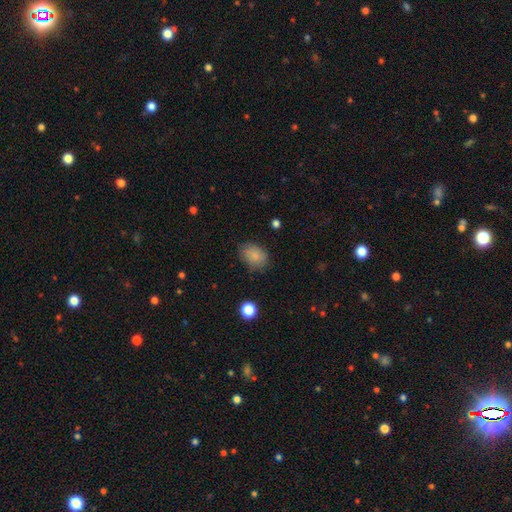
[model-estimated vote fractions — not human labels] Smooth or featured?
  - smooth: 79% *
  - featured or disk: 11%
  - star or artifact: 9%
How rounded?
  - in between: 68% *
  - round: 31%
  - cigar-shaped: 1%
Merging?
  - none: 69% *
  - minor disturbance: 23%
  - major disturbance: 7%
  - merger: 2%